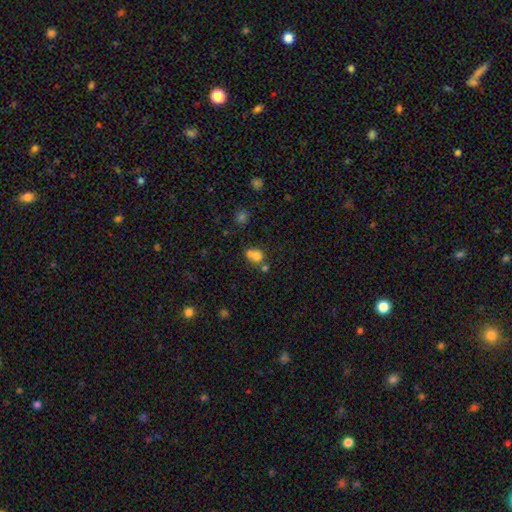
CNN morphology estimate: Smooth or featured: smooth — 71% (featured or disk — 15%)
How rounded: round — 74% (in between — 25%)
Merging: merger — 56% (none — 32%)